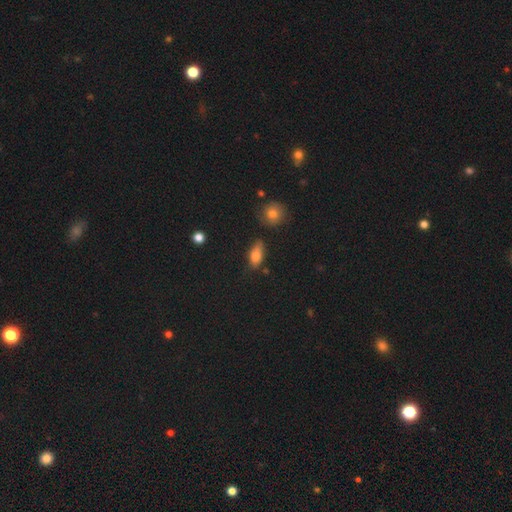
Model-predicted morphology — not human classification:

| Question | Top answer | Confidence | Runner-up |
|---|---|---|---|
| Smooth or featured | smooth | 78% | featured or disk (11%) |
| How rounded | in between | 81% | cigar-shaped (11%) |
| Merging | none | 58% | minor disturbance (28%) |